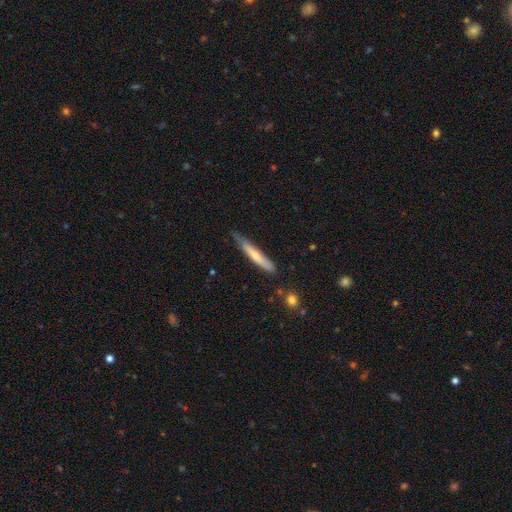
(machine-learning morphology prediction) The model was most divided on "smooth or featured": smooth: 61%, featured or disk: 33%, star or artifact: 6%. More confident: how rounded — cigar-shaped (93%); merging — none (66%).